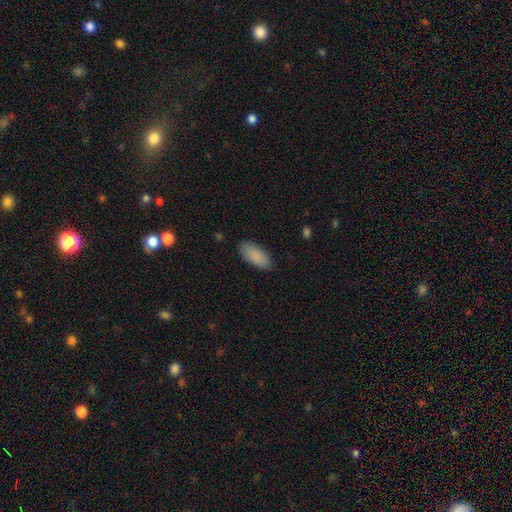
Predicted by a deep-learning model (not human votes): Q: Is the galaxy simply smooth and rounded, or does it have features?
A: smooth — 89%.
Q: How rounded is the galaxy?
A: in between — 88%.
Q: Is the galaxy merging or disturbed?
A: none — 87%.